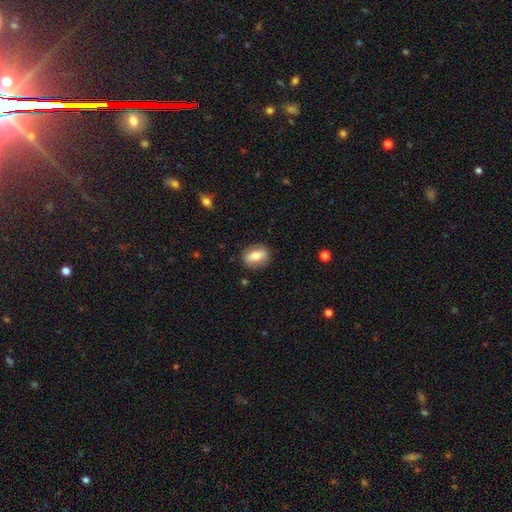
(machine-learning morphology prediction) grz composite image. It shows a smooth galaxy with no disk features (68%) that is in between round and cigar-shaped (68%). Merging: none (84%).